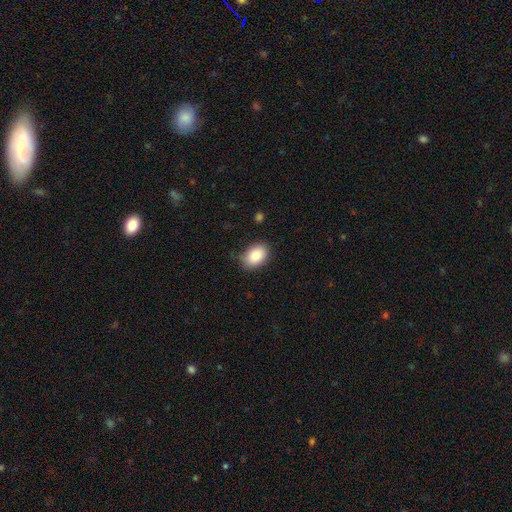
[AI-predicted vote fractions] smooth_or_featured: smooth (p=0.87) [alt: star or artifact p=0.07]
how_rounded: in between (p=0.85) [alt: round p=0.14]
merging: none (p=0.80) [alt: minor disturbance p=0.15]